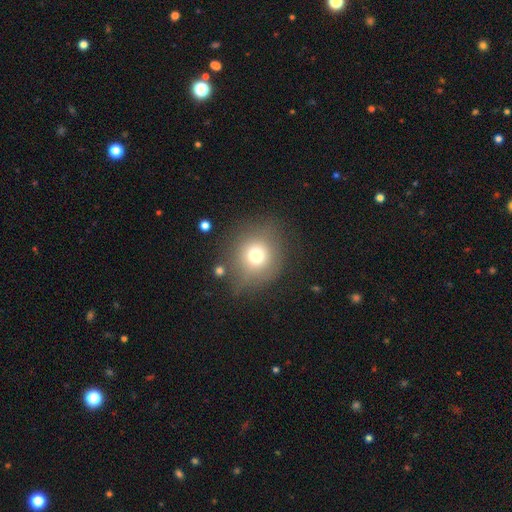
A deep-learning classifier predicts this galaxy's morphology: Smooth or featured: smooth — 71% (featured or disk — 14%)
How rounded: round — 87% (in between — 12%)
Merging: none — 73% (minor disturbance — 16%)